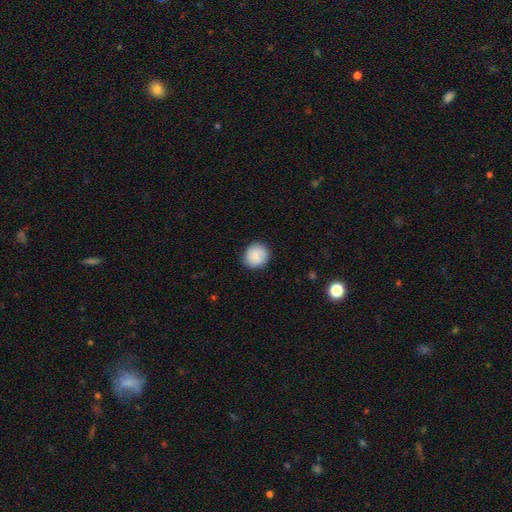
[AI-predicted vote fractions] Smooth or featured? smooth (85%)
How rounded? round (89%)
Merging? none (86%)